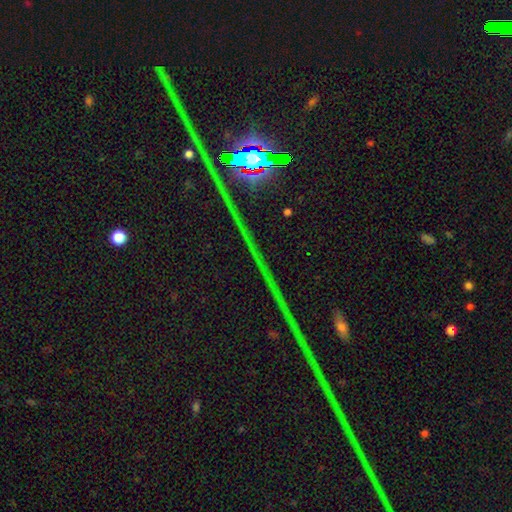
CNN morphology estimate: Overall: star or artifact (87%).